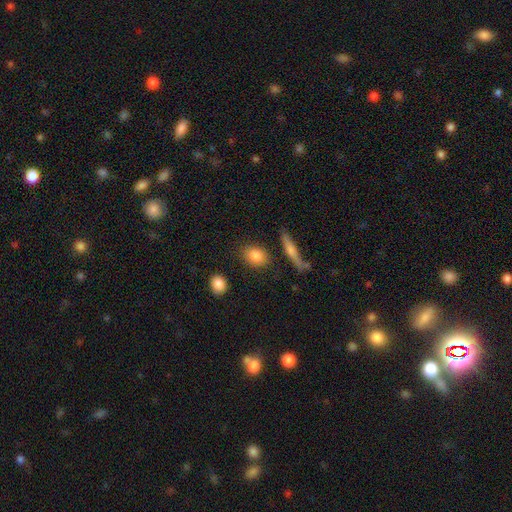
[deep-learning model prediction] This appears to be a smooth galaxy with no disk features (84%) that is in between round and cigar-shaped (60%). Merging: none (82%).